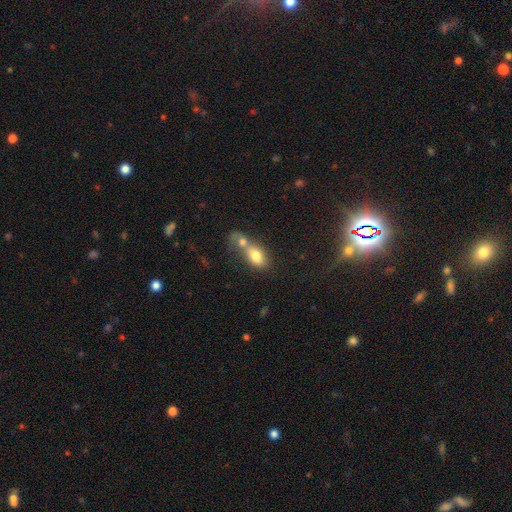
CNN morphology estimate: This appears to be a smooth galaxy with no disk features (76%) that is in between round and cigar-shaped (81%). Merging: merger (68%).